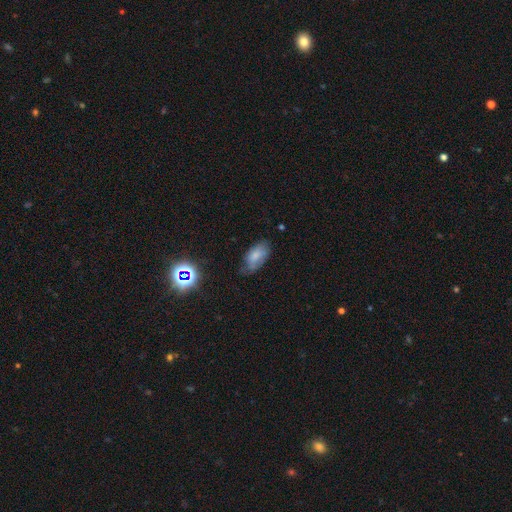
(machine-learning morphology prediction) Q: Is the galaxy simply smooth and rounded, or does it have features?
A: smooth — 66%.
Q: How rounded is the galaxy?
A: in between — 92%.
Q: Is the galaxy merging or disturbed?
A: none — 55%.